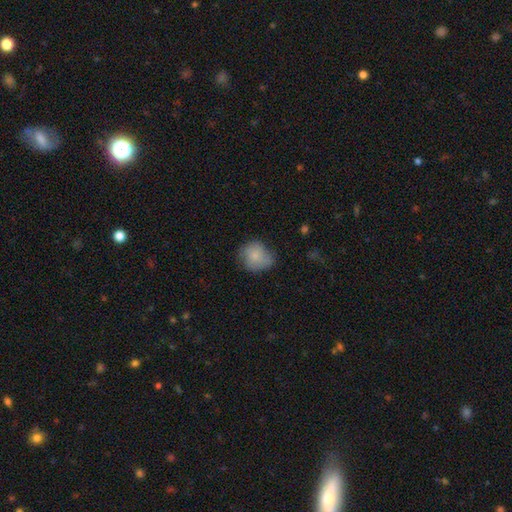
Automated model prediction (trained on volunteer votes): Smooth or featured?
  - smooth: 77% *
  - featured or disk: 15%
  - star or artifact: 8%
How rounded?
  - round: 72% *
  - in between: 27%
  - cigar-shaped: 1%
Merging?
  - none: 57% *
  - minor disturbance: 32%
  - major disturbance: 9%
  - merger: 2%